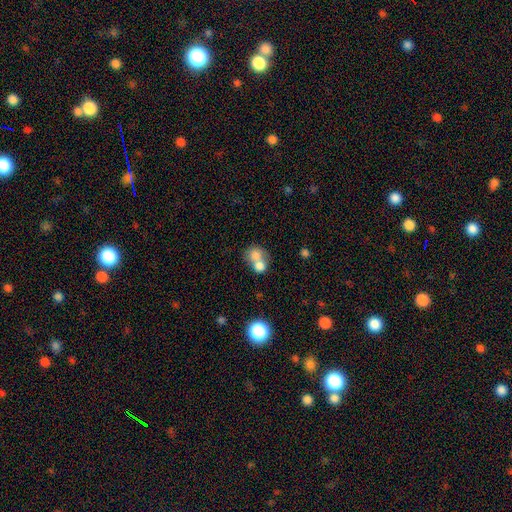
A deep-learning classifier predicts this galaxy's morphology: Q: Smooth or featured?
A: smooth (75%); runner-up: featured or disk (15%)
Q: How rounded?
A: round (70%); runner-up: in between (29%)
Q: Merging?
A: merger (66%); runner-up: none (25%)